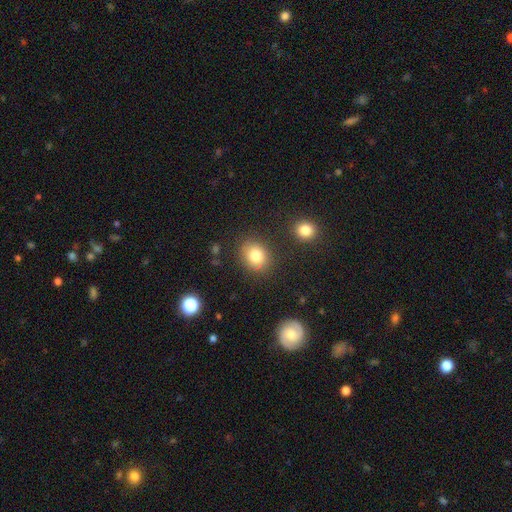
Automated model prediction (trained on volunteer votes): smooth 83%, star or artifact 10%, featured or disk 7%. Down the decision tree: how rounded — round (59%); merging — none (83%).